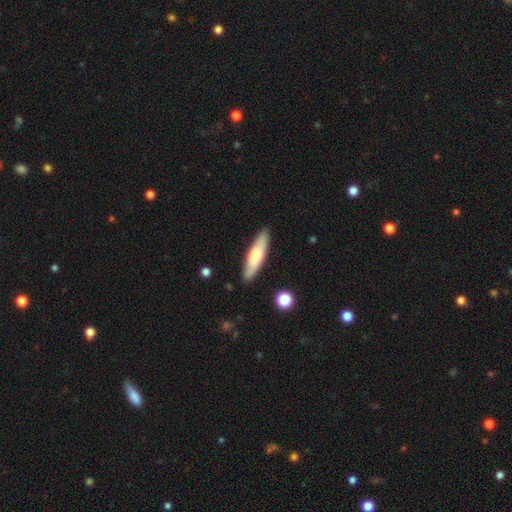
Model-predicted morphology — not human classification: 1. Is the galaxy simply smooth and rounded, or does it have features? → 70% smooth, 24% featured or disk, 6% star or artifact.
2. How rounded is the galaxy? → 68% cigar-shaped, 31% in between, 1% round.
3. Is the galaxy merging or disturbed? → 87% none, 9% minor disturbance, 2% major disturbance, 2% merger.